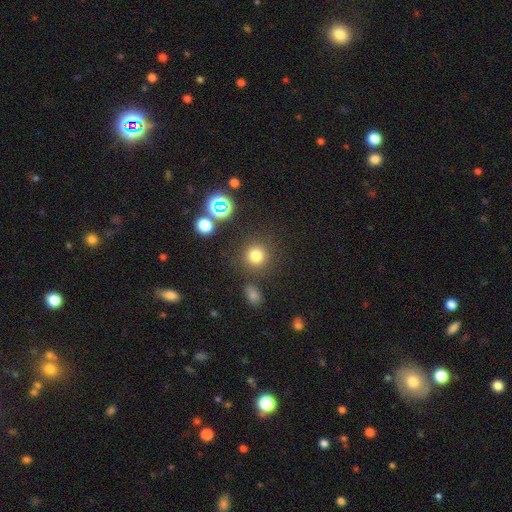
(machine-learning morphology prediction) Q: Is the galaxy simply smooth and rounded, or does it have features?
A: smooth — 76%.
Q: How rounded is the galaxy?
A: round — 93%.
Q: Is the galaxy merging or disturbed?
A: none — 84%.